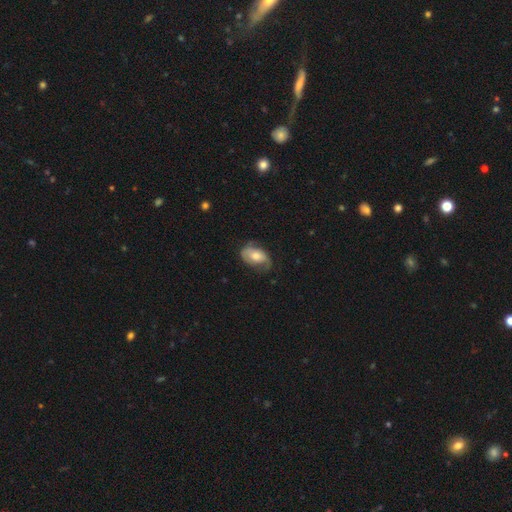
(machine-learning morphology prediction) Overall: smooth (47%; featured or disk 46%). Merging: none (51%; minor disturbance 30%).